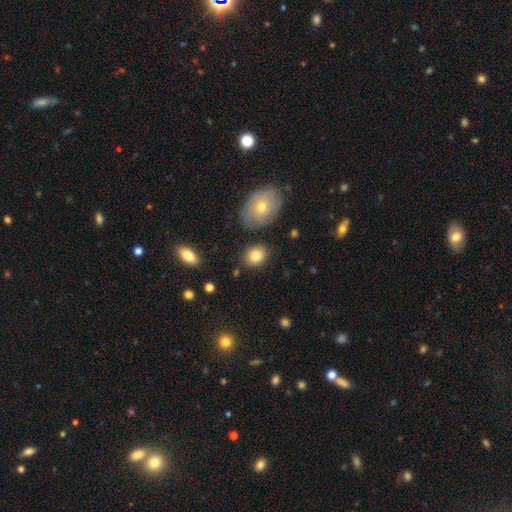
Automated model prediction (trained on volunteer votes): Smooth or featured?
  - smooth: 82% *
  - featured or disk: 9%
  - star or artifact: 9%
How rounded?
  - round: 53% *
  - in between: 45%
  - cigar-shaped: 1%
Merging?
  - none: 83% *
  - minor disturbance: 10%
  - merger: 4%
  - major disturbance: 3%